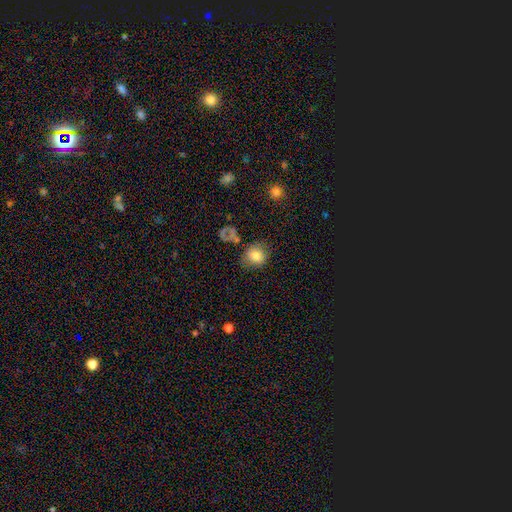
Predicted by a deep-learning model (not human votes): smooth 79%, star or artifact 11%, featured or disk 10%. Down the decision tree: how rounded — round (71%); merging — none (65%).